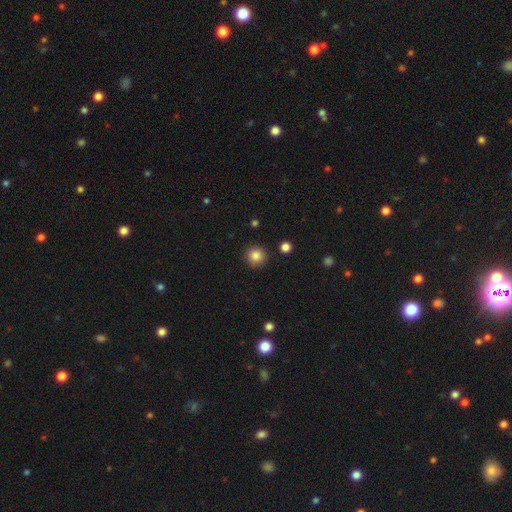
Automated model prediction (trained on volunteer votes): Smooth or featured: smooth — 84% (star or artifact — 11%)
How rounded: round — 94% (in between — 5%)
Merging: none — 90% (minor disturbance — 6%)